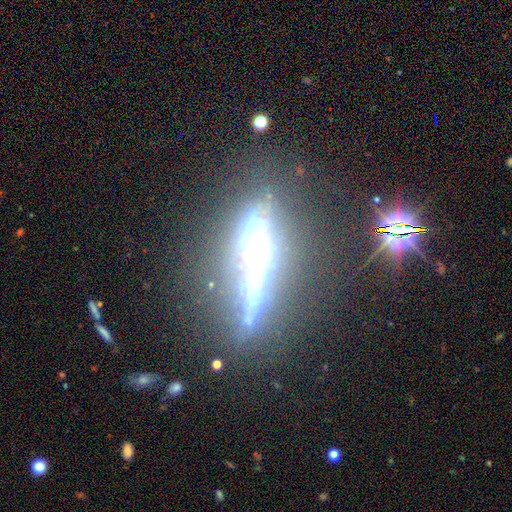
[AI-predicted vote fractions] A featured or disk galaxy (66%) viewed edge-on (79%) with a rounded central bulge (47%). Merging: none (67%).